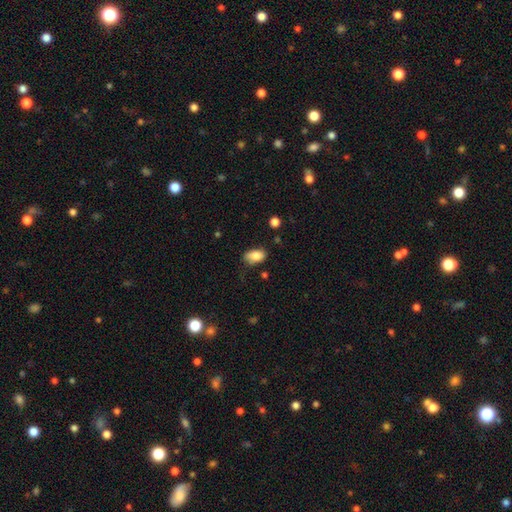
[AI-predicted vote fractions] Smooth or featured? Predicted: smooth (p=0.83). How rounded? Predicted: in between (p=0.91). Merging? Predicted: none (p=0.62).